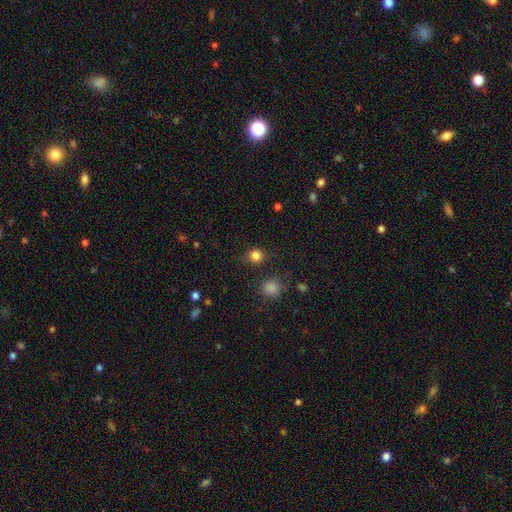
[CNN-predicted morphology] A smooth galaxy with no disk features (82%) that is round (86%). Merging: none (81%).